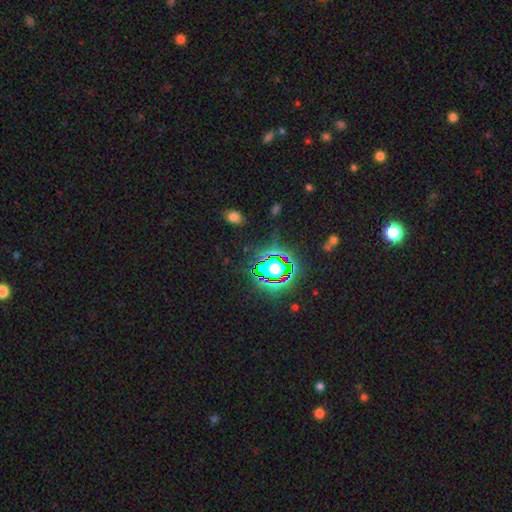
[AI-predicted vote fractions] The model was most divided on "smooth or featured": star or artifact: 79%, smooth: 13%, featured or disk: 8%.